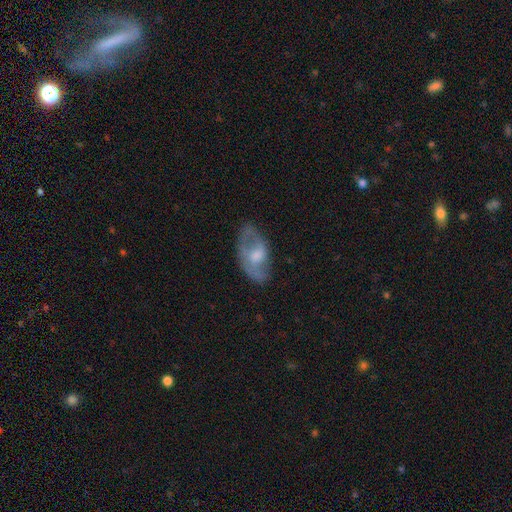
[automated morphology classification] Smooth or featured: featured or disk — 60% (smooth — 33%)
Edge-on disk: no — 90% (yes — 10%)
Bar: no — 63% (weak — 31%)
Spiral arms: yes — 59% (no — 41%)
Bulge size: moderate — 56% (small — 21%)
Merging: none — 63% (minor disturbance — 24%)